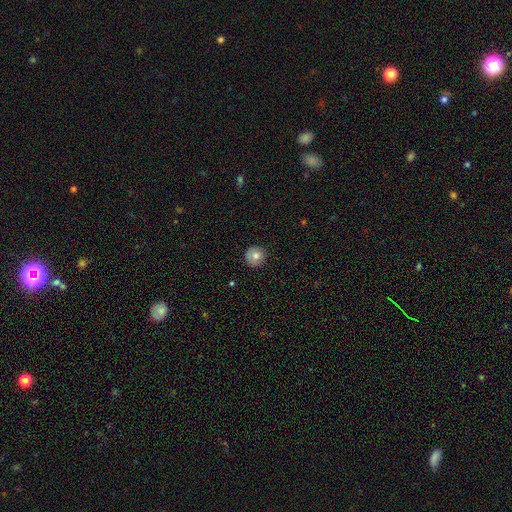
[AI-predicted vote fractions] A smooth galaxy with no disk features (77%) that is round (95%).

Vote fractions:
- Smooth or featured? smooth: 77% / featured or disk: 14% / star or artifact: 9%
- How rounded? round: 95% / in between: 4% / cigar-shaped: 1%
- Merging? none: 89% / minor disturbance: 9% / major disturbance: 2% / merger: 1%